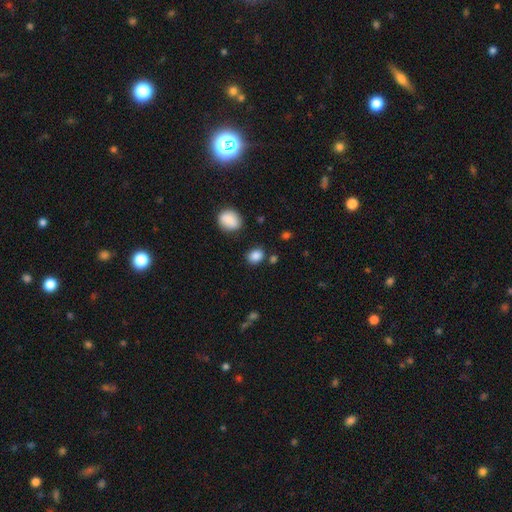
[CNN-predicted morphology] This is clearly a smooth galaxy (86%). How rounded: possibly in between (51%). Merging: likely none (78%).